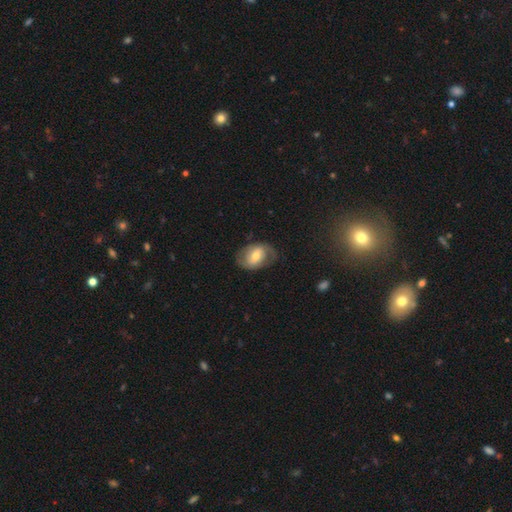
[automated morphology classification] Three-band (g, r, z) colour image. It shows a featured or disk galaxy (49%). Merging: none (66%).